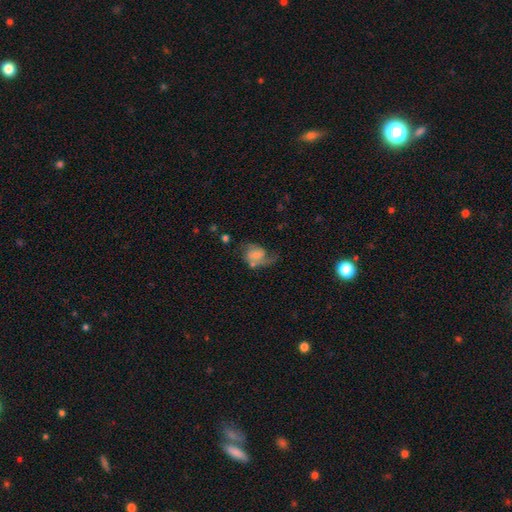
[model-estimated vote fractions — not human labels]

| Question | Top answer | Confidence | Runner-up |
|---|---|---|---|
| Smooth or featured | featured or disk | 59% | smooth (32%) |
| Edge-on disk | no | 97% | yes (3%) |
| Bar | no | 54% | weak (38%) |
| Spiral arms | yes | 87% | no (13%) |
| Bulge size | small | 36% | none (27%) |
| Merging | none | 38% | major disturbance (30%) |